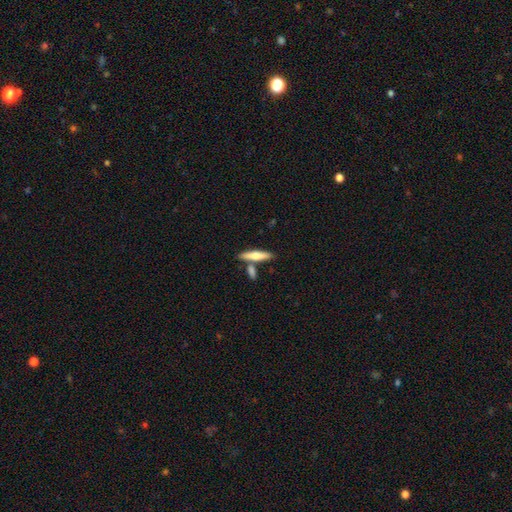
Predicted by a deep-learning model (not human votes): A smooth galaxy with no disk features (63%) that is cigar-shaped (78%). Merging: none (70%).